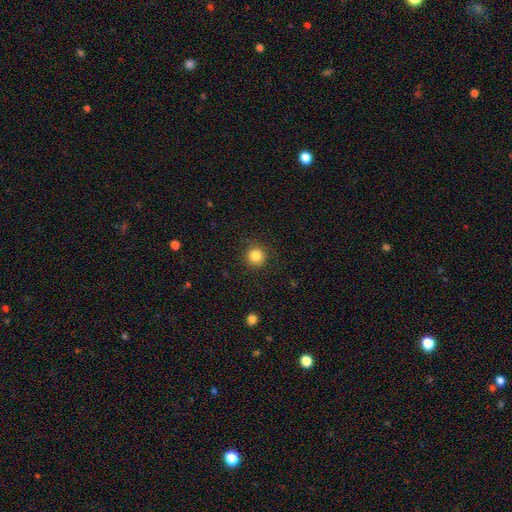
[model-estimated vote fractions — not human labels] Overall: smooth (84%). How rounded: round (94%). Merging: none (90%).